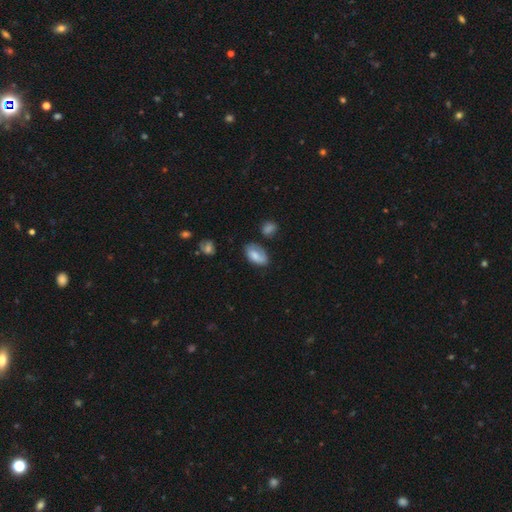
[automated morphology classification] A smooth galaxy with no disk features (70%) that is in between round and cigar-shaped (93%).

Vote fractions:
- Smooth or featured? smooth: 70% / featured or disk: 22% / star or artifact: 8%
- How rounded? in between: 93% / round: 5% / cigar-shaped: 2%
- Merging? none: 59% / minor disturbance: 28% / major disturbance: 9% / merger: 4%